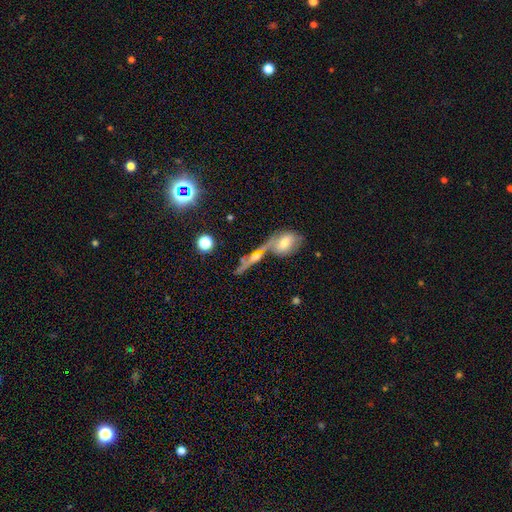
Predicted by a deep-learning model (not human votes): This is possibly a featured or disk galaxy (54%). It is likely viewed edge-on (66%). Merging: possibly merger (47%).